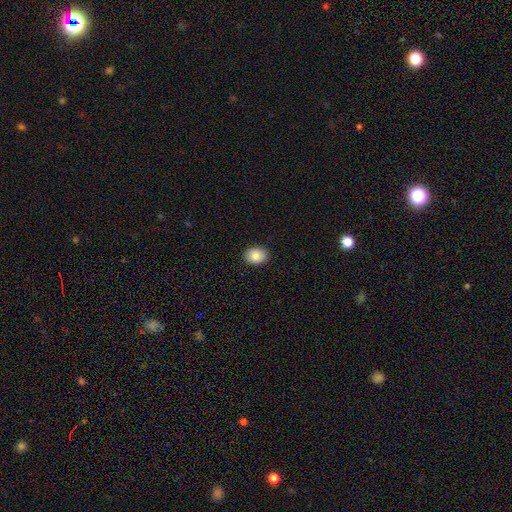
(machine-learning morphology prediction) This is clearly a smooth galaxy (88%). How rounded: possibly in between (58%). Merging: clearly none (89%).